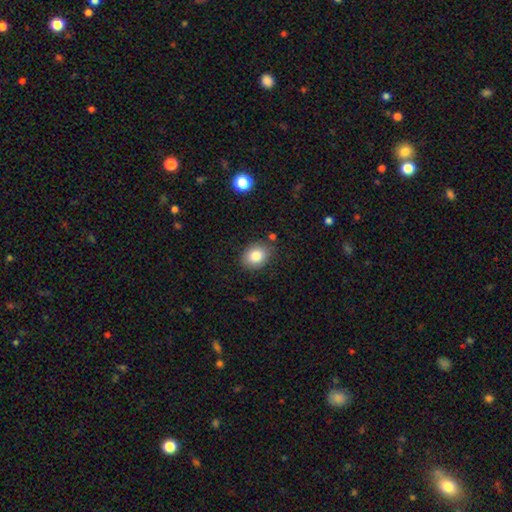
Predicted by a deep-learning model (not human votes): Overall: smooth (82%). How rounded: in between (57%; round 42%). Merging: none (82%).